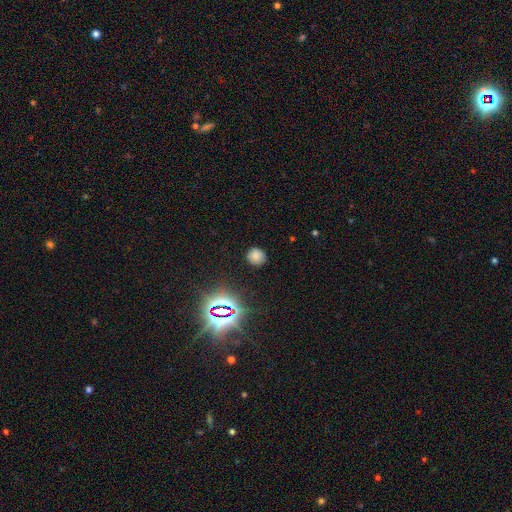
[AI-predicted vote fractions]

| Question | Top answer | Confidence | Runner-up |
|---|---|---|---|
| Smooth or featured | smooth | 73% | star or artifact (20%) |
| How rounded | round | 84% | in between (15%) |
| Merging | none | 86% | minor disturbance (10%) |